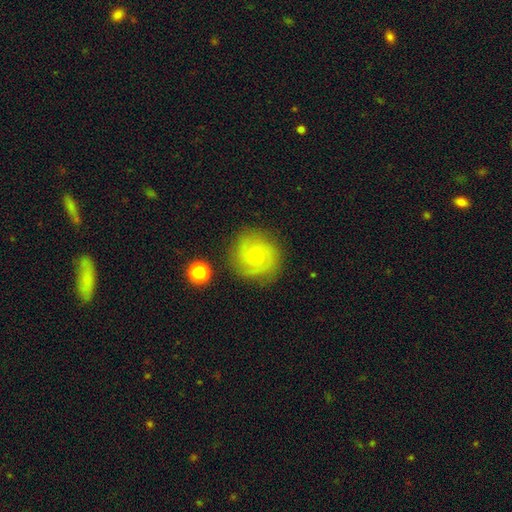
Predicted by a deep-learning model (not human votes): A featured or disk galaxy (65%) with no bar (78%), 2 (36%) tight (58%) spiral arms (90%) and a small central bulge (74%).

Vote fractions:
- Smooth or featured? featured or disk: 65% / smooth: 26% / star or artifact: 9%
- Edge-on disk? no: 98% / yes: 2%
- Bar? no: 78% / weak: 19% / strong: 3%
- Spiral arms? yes: 90% / no: 10%
- Spiral winding? tight: 58% / medium: 33% / loose: 9%
- Spiral arm count? 2: 36% / can't tell: 26% / 3: 23% / 4: 6% / 1: 5% / more than 4: 5%
- Bulge size? small: 74% / moderate: 22% / none: 2% / large: 1% / dominant: 1%
- Merging? none: 81% / minor disturbance: 13% / major disturbance: 4% / merger: 2%